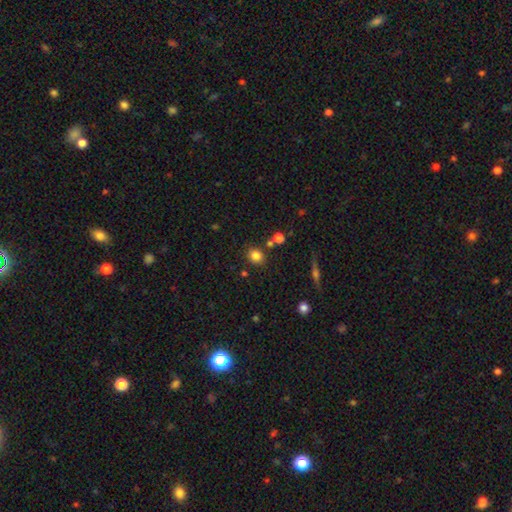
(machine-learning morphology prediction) A smooth galaxy with no disk features (81%) that is round (72%).

Vote fractions:
- Smooth or featured? smooth: 81% / star or artifact: 12% / featured or disk: 7%
- How rounded? round: 72% / in between: 27% / cigar-shaped: 1%
- Merging? none: 81% / minor disturbance: 9% / merger: 7% / major disturbance: 3%